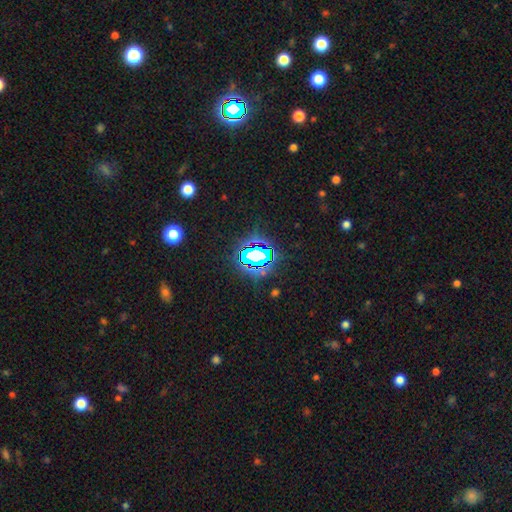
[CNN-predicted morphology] Smooth or featured? Predicted: star or artifact (p=0.70).